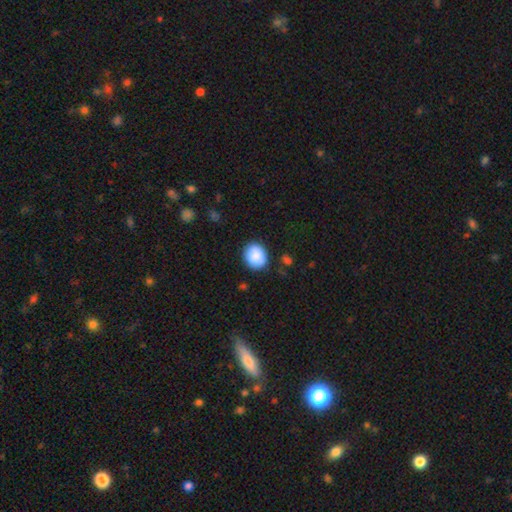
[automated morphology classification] Smooth or featured?
  - smooth: 88% *
  - star or artifact: 7%
  - featured or disk: 5%
How rounded?
  - round: 68% *
  - in between: 31%
  - cigar-shaped: 1%
Merging?
  - none: 85% *
  - minor disturbance: 11%
  - major disturbance: 3%
  - merger: 2%